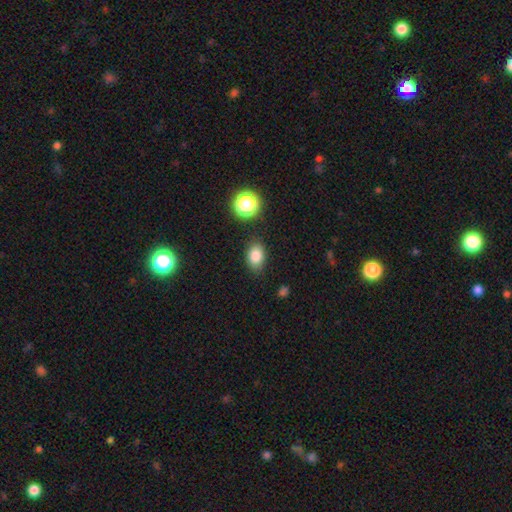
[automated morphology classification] This appears to be a smooth galaxy with no disk features (83%) that is in between round and cigar-shaped (75%). Merging: none (80%).